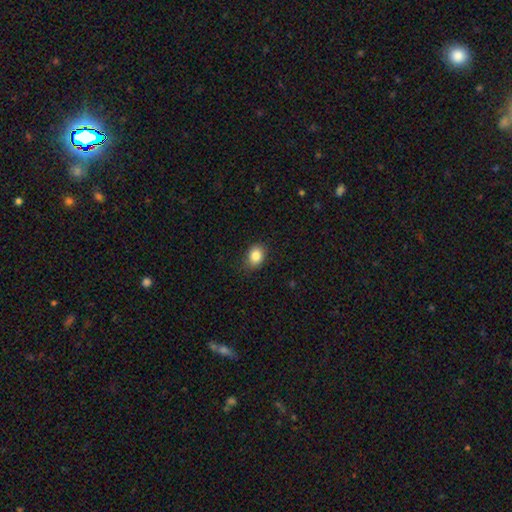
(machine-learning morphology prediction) A smooth galaxy with no disk features (85%) that is in between round and cigar-shaped (61%). Merging: none (84%).